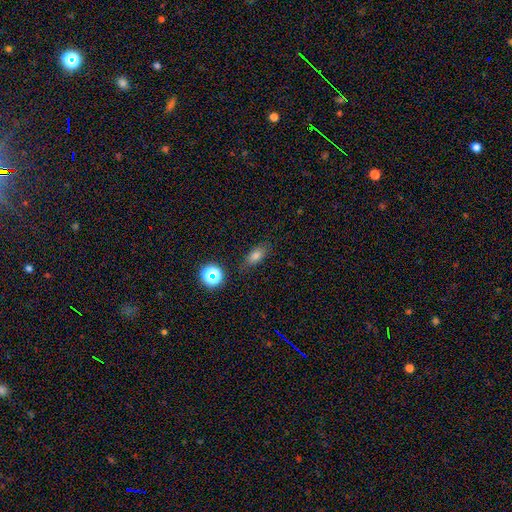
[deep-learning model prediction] Smooth or featured? smooth (74%)
How rounded? in between (77%)
Merging? none (80%)